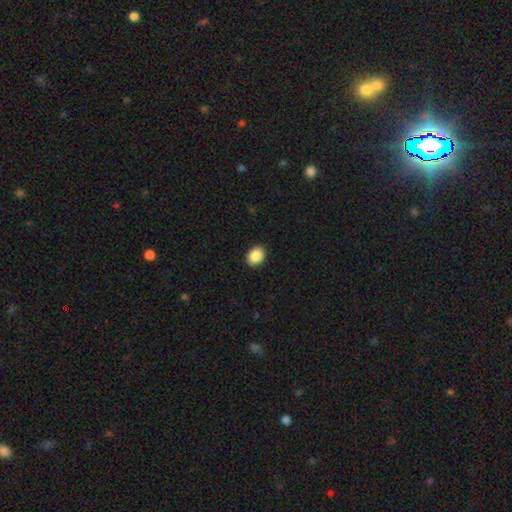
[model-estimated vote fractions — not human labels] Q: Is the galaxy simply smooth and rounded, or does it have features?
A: smooth — 89%.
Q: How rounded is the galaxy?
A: in between — 59%.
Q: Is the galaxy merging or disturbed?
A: none — 91%.